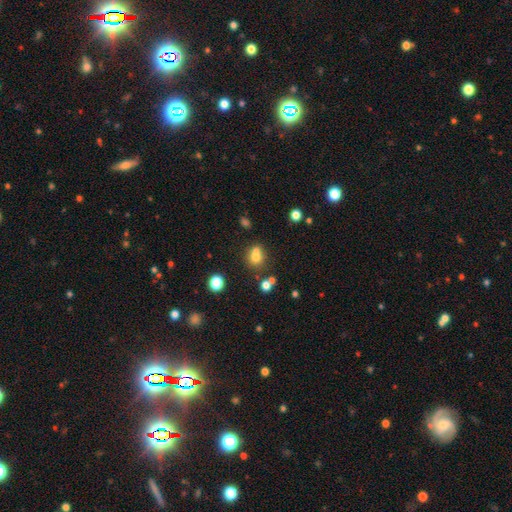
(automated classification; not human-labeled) smooth 72%, star or artifact 16%, featured or disk 12%. Down the decision tree: how rounded — round (64%); merging — none (45%).